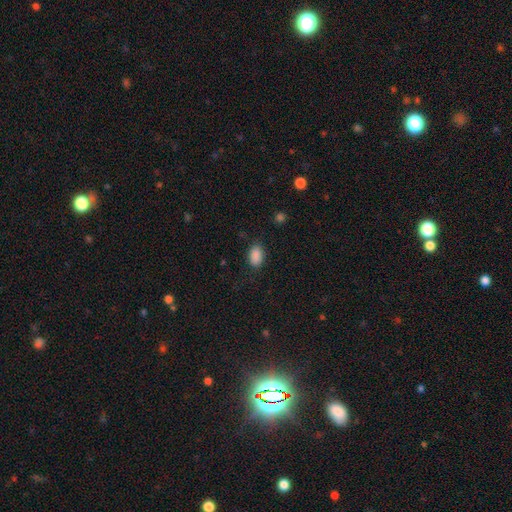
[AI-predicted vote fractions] A smooth galaxy with no disk features (88%) that is in between round and cigar-shaped (88%). Merging: none (84%).